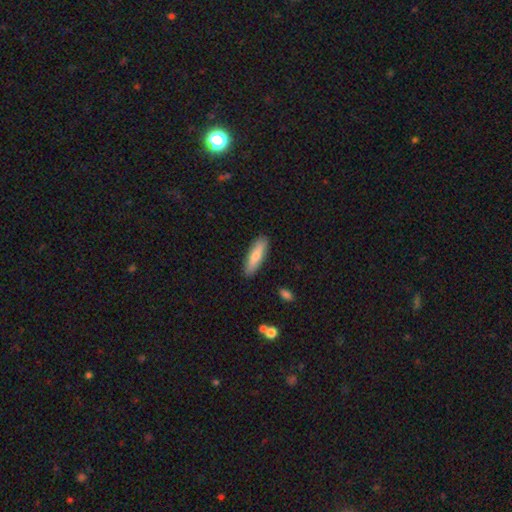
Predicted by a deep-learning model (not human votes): A smooth galaxy with no disk features (74%) that is cigar-shaped (60%). Merging: none (88%).